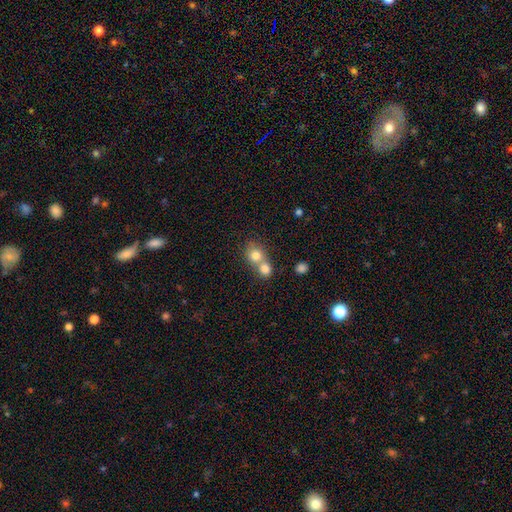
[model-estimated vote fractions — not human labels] The model was most divided on "merging": merger: 59%, none: 33%, minor disturbance: 5%, major disturbance: 2%. More confident: how rounded — round (79%); smooth or featured — smooth (78%).